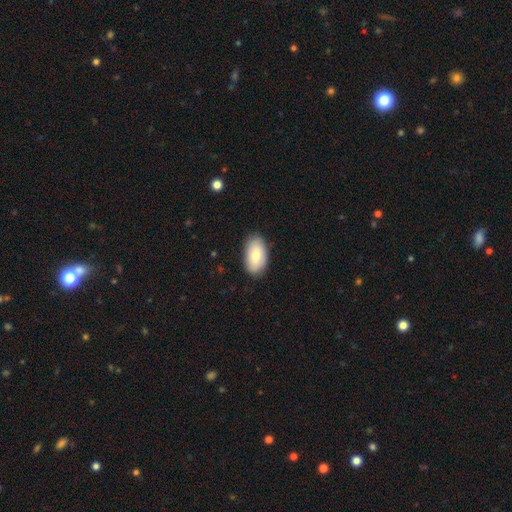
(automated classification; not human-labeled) Smooth or featured? Predicted: smooth (p=0.78). How rounded? Predicted: in between (p=0.94). Merging? Predicted: none (p=0.84).